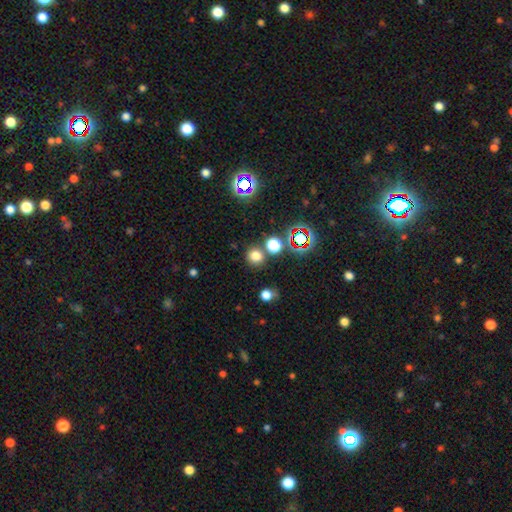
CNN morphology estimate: smooth-or-featured: smooth: 71% | star or artifact: 22% | featured or disk: 6%
  how-rounded: round: 91% | in between: 8% | cigar-shaped: 1%
  merging: none: 79% | merger: 10% | minor disturbance: 8% | major disturbance: 3%